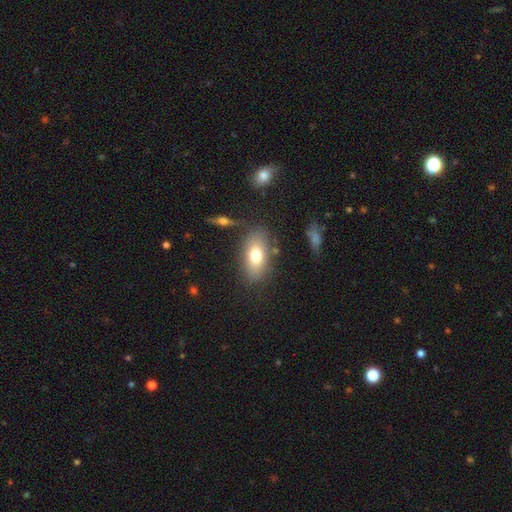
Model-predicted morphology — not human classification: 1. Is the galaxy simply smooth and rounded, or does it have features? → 72% smooth, 20% featured or disk, 8% star or artifact.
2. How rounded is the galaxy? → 87% in between, 7% round, 6% cigar-shaped.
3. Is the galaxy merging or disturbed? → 78% none, 13% minor disturbance, 5% merger, 4% major disturbance.